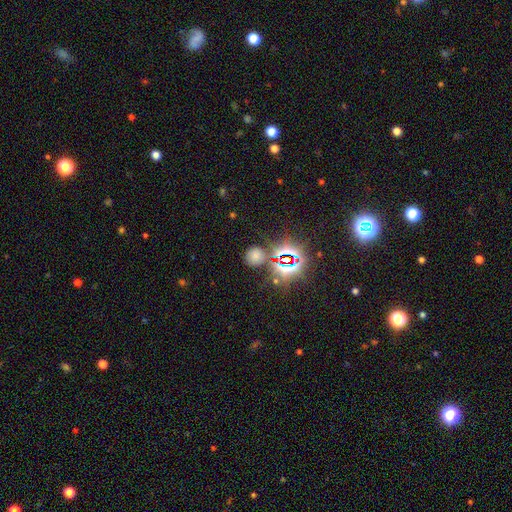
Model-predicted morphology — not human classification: Overall: smooth (56%; star or artifact 37%). How rounded: round (85%). Merging: none (79%).